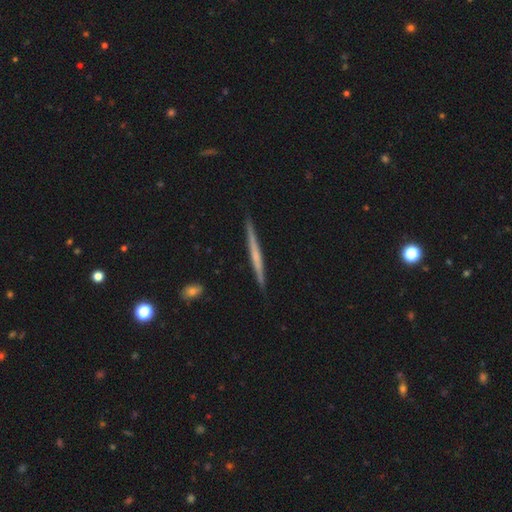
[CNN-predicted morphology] smooth-or-featured: featured or disk: 60% | smooth: 34% | star or artifact: 6%
  disk-edge-on: yes: 98% | no: 2%
    edge-on-bulge: none: 74% | rounded: 19% | boxy: 7%
  merging: none: 91% | minor disturbance: 7% | major disturbance: 1% | merger: 1%